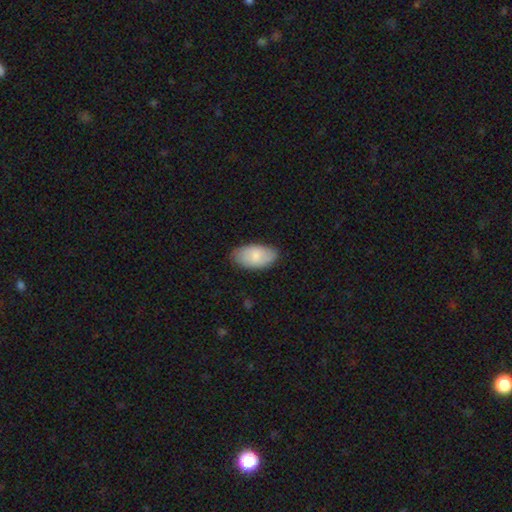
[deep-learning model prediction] The model was most divided on "merging": none: 82%, minor disturbance: 15%, major disturbance: 3%, merger: 1%. More confident: how rounded — in between (95%); smooth or featured — smooth (82%).